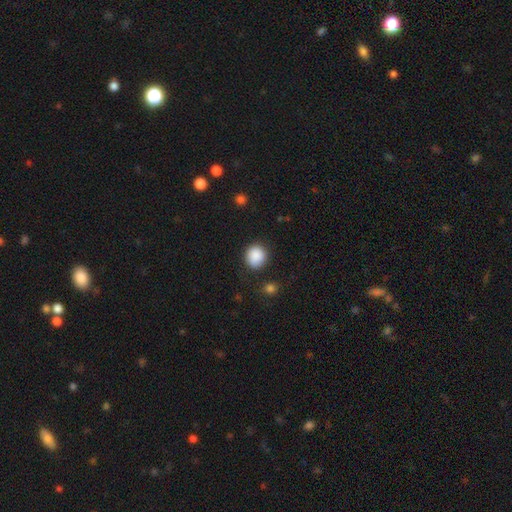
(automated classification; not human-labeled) A smooth galaxy with no disk features (88%) that is round (86%).

Vote fractions:
- Smooth or featured? smooth: 88% / star or artifact: 8% / featured or disk: 3%
- How rounded? round: 86% / in between: 13% / cigar-shaped: 1%
- Merging? none: 86% / minor disturbance: 9% / major disturbance: 3% / merger: 2%